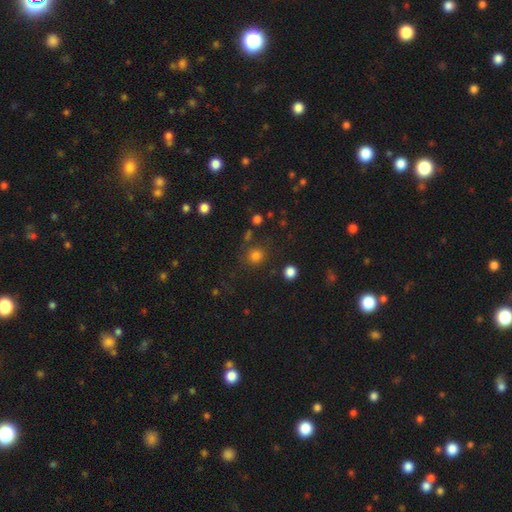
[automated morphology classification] Smooth or featured? Predicted: smooth (p=0.78). How rounded? Predicted: round (p=0.87). Merging? Predicted: none (p=0.77).